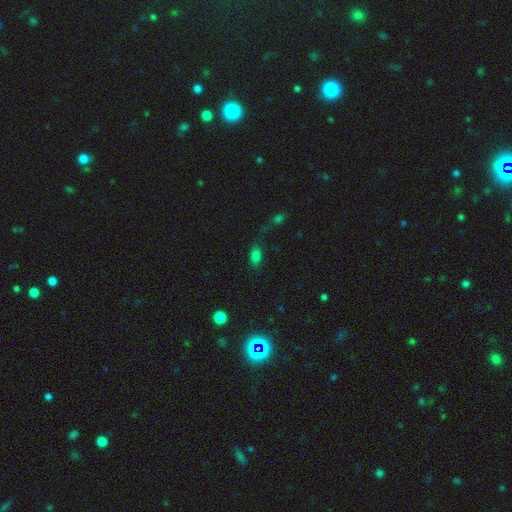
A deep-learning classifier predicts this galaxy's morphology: The model was most divided on "merging": none: 59%, minor disturbance: 19%, major disturbance: 14%, merger: 8%. More confident: how rounded — in between (85%); smooth or featured — smooth (77%).